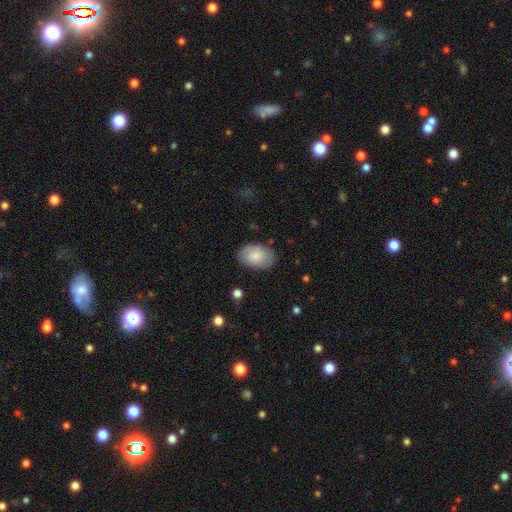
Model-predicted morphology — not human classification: smooth-or-featured: smooth: 77% | featured or disk: 17% | star or artifact: 6%
  how-rounded: in between: 90% | round: 9% | cigar-shaped: 1%
  merging: none: 82% | minor disturbance: 13% | major disturbance: 3% | merger: 1%